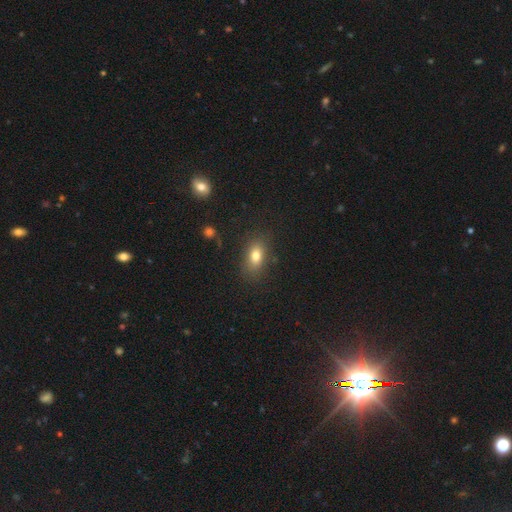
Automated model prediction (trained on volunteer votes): Smooth or featured: smooth — 78% (featured or disk — 12%)
How rounded: in between — 82% (round — 13%)
Merging: none — 81% (minor disturbance — 13%)